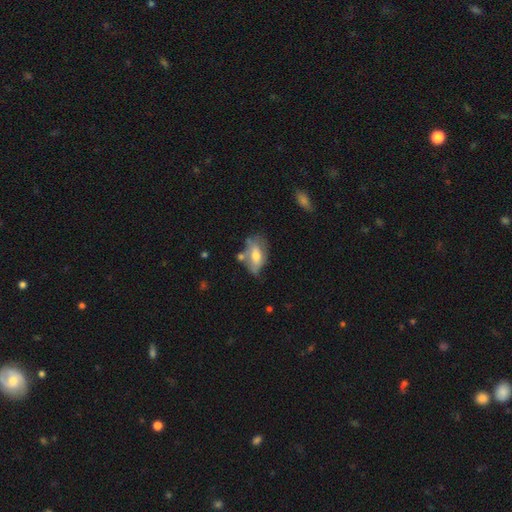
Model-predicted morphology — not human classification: type=smooth (53%); roundness=in between (88%); merging=none (41%).